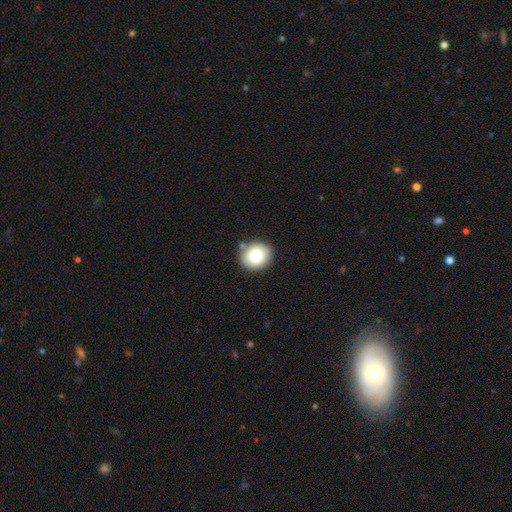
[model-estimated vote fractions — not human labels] smooth 79%, featured or disk 12%, star or artifact 9%. Down the decision tree: how rounded — round (75%); merging — none (83%).